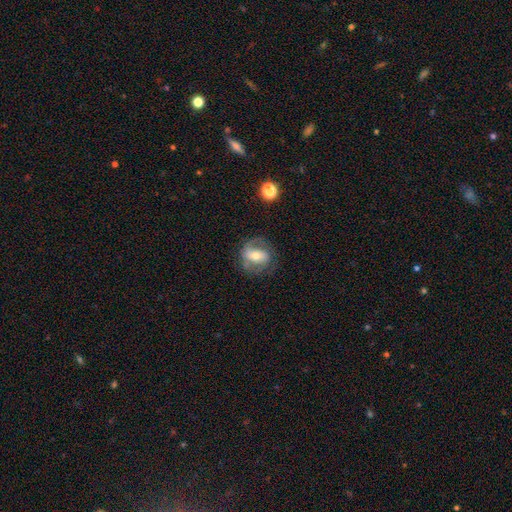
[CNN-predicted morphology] This is possibly a featured or disk galaxy (59%). It is clearly not viewed edge-on (94%). Bar: marginally strong (38%). Spiral arm pattern: likely yes (65%). Central bulge: likely moderate (61%). Merging: likely none (65%).